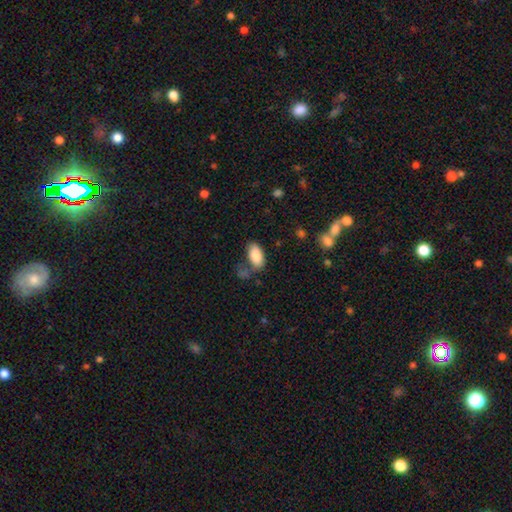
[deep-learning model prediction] This is clearly a smooth galaxy (86%). How rounded: clearly in between (94%). Merging: likely none (63%).